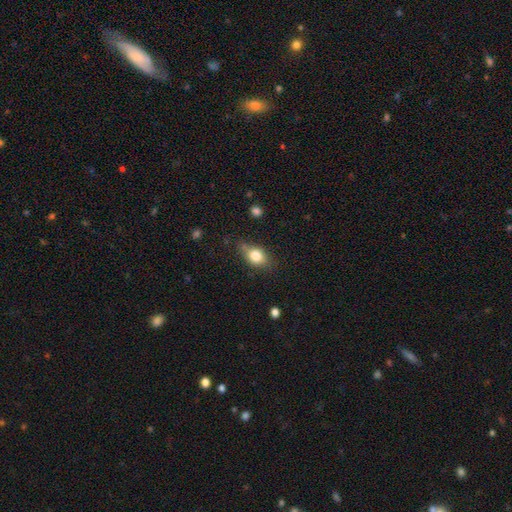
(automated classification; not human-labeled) smooth_or_featured: smooth (p=0.79) [alt: featured or disk p=0.12]
how_rounded: in between (p=0.73) [alt: round p=0.24]
merging: none (p=0.64) [alt: minor disturbance p=0.26]